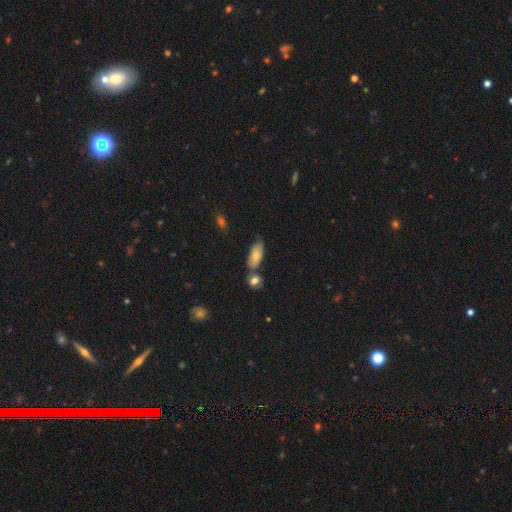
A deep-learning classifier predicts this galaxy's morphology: smooth-or-featured: smooth: 73% | featured or disk: 20% | star or artifact: 8%
  how-rounded: in between: 84% | cigar-shaped: 13% | round: 3%
  merging: none: 54% | minor disturbance: 23% | merger: 18% | major disturbance: 5%